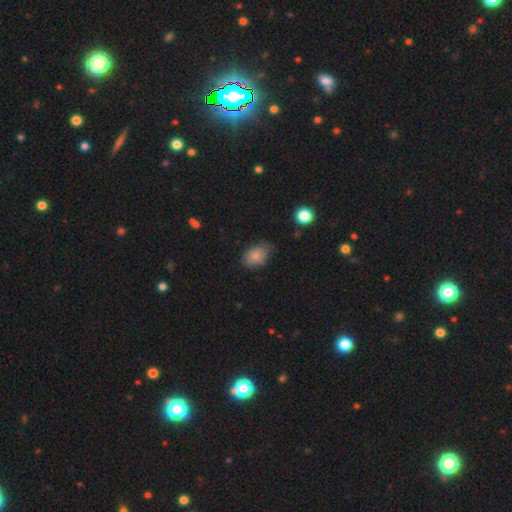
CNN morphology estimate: Smooth or featured? Predicted: smooth (p=0.81). How rounded? Predicted: in between (p=0.81). Merging? Predicted: none (p=0.61).